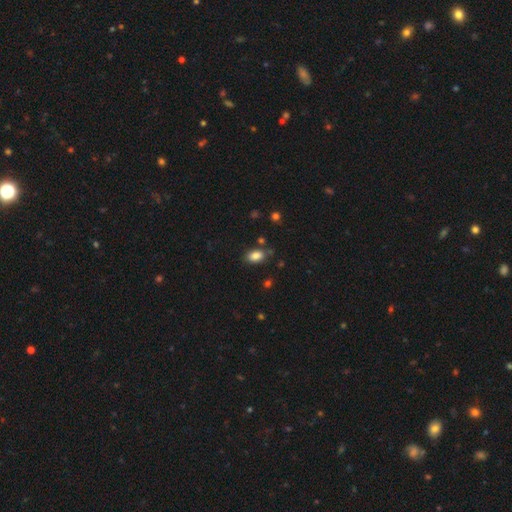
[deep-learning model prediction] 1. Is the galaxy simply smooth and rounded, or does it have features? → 85% smooth, 9% star or artifact, 6% featured or disk.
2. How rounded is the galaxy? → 89% in between, 9% round, 2% cigar-shaped.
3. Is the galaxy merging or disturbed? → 78% none, 14% minor disturbance, 5% merger, 3% major disturbance.